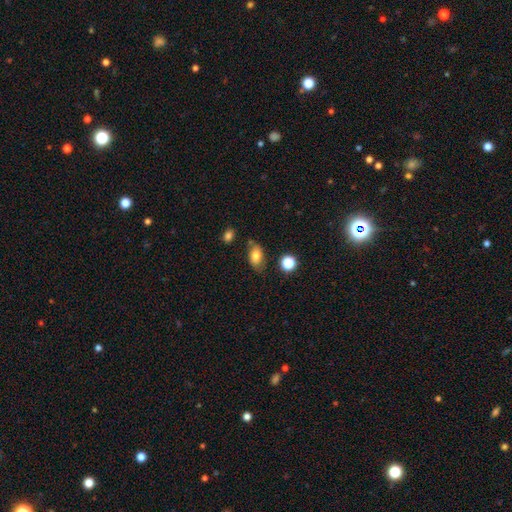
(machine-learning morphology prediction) Smooth or featured? smooth (79%)
How rounded? in between (87%)
Merging? none (72%)